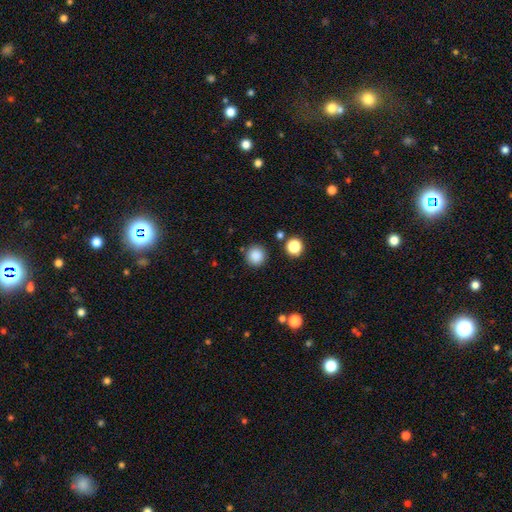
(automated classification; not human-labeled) This is clearly a smooth galaxy (86%). How rounded: clearly round (94%). Merging: clearly none (88%).